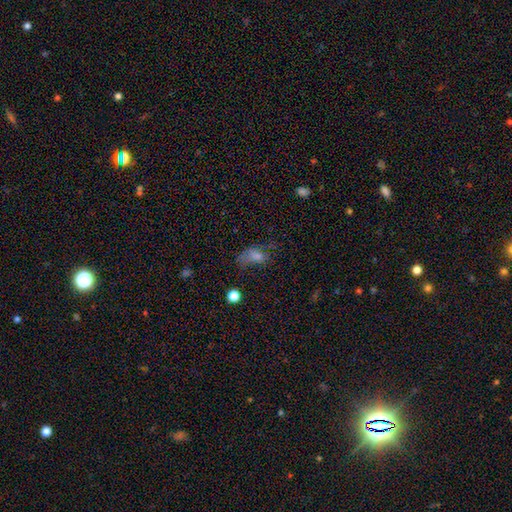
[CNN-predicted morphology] Smooth or featured? Predicted: smooth (p=0.66). How rounded? Predicted: in between (p=0.83). Merging? Predicted: major disturbance (p=0.37).